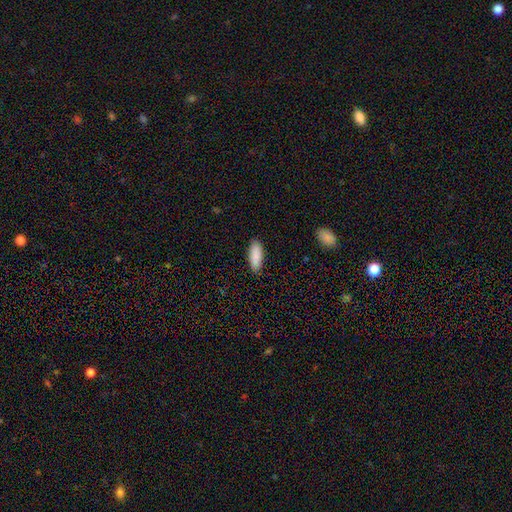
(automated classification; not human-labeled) This is clearly a smooth galaxy (89%). How rounded: likely in between (71%). Merging: clearly none (87%).